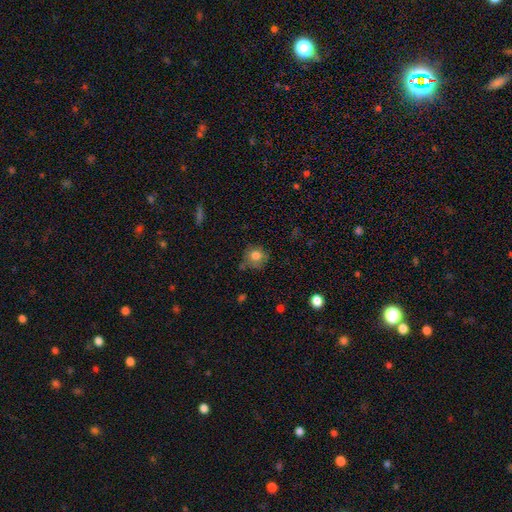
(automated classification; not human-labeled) Smooth or featured: smooth — 80% (star or artifact — 10%)
How rounded: round — 85% (in between — 13%)
Merging: none — 65% (minor disturbance — 23%)